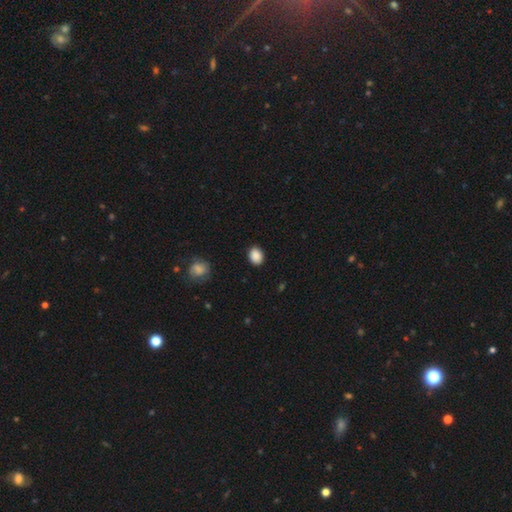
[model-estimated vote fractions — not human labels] smooth-or-featured: smooth: 89% | star or artifact: 8% | featured or disk: 3%
  how-rounded: in between: 58% | round: 41% | cigar-shaped: 1%
  merging: none: 89% | minor disturbance: 8% | major disturbance: 2% | merger: 1%